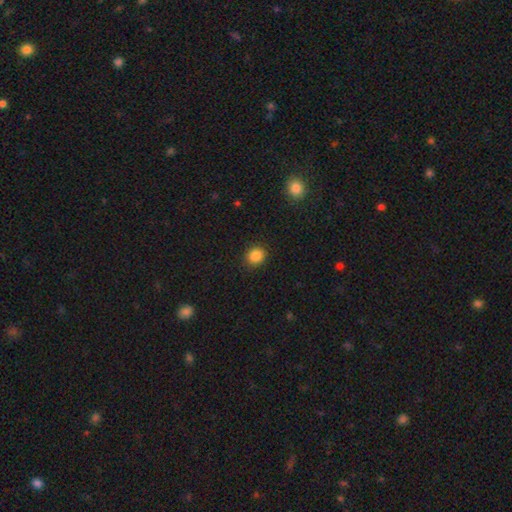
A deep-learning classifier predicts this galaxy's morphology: The model was most divided on "how rounded": round: 80%, in between: 19%, cigar-shaped: 1%. More confident: merging — none (89%); smooth or featured — smooth (86%).